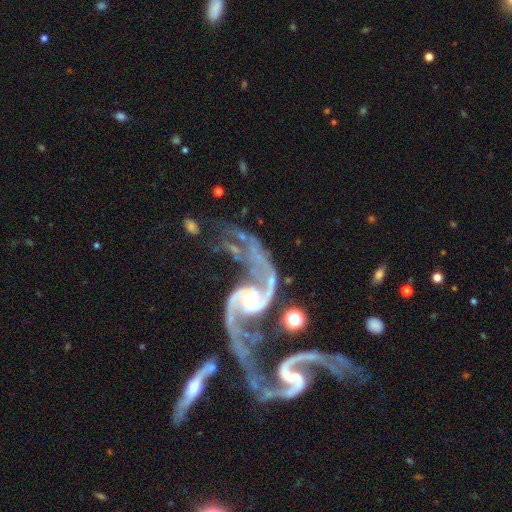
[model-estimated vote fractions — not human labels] A featured or disk galaxy (91%) with no bar (48%), 2 (90%) loose (58%) spiral arms (97%) and a small central bulge (56%).

Vote fractions:
- Smooth or featured? featured or disk: 91% / star or artifact: 5% / smooth: 3%
- Edge-on disk? no: 97% / yes: 3%
- Bar? no: 48% / weak: 37% / strong: 14%
- Spiral arms? yes: 97% / no: 3%
- Spiral winding? loose: 58% / medium: 34% / tight: 8%
- Spiral arm count? 2: 90% / can't tell: 3% / 1: 2% / 3: 2% / 4: 1% / more than 4: 1%
- Bulge size? small: 56% / moderate: 31% / none: 8% / large: 3% / dominant: 2%
- Merging? merger: 39% / none: 25% / major disturbance: 22% / minor disturbance: 14%